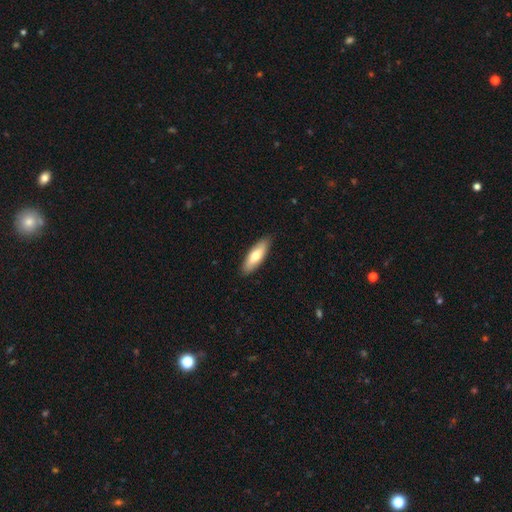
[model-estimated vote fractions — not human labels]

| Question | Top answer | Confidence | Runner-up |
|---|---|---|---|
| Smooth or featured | smooth | 69% | featured or disk (25%) |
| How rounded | in between | 56% | cigar-shaped (43%) |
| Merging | none | 88% | minor disturbance (9%) |